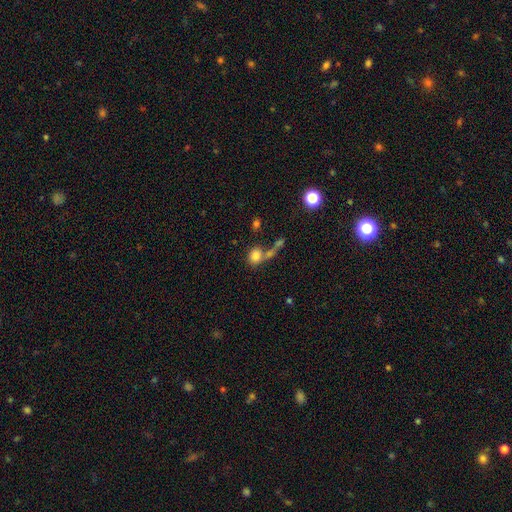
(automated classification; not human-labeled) Overall: smooth (79%). How rounded: round (57%; in between 40%). Merging: none (41%; merger 39%).